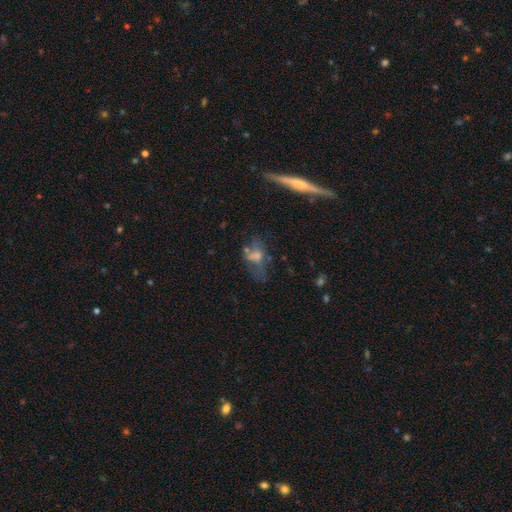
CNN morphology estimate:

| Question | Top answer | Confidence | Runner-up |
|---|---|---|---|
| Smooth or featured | smooth | 43% | featured or disk (40%) |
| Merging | none | 34% | major disturbance (32%) |